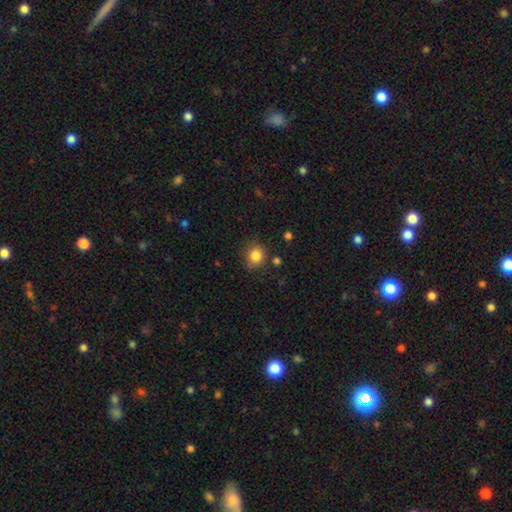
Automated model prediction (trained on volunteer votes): Smooth or featured? smooth (84%)
How rounded? round (78%)
Merging? none (77%)